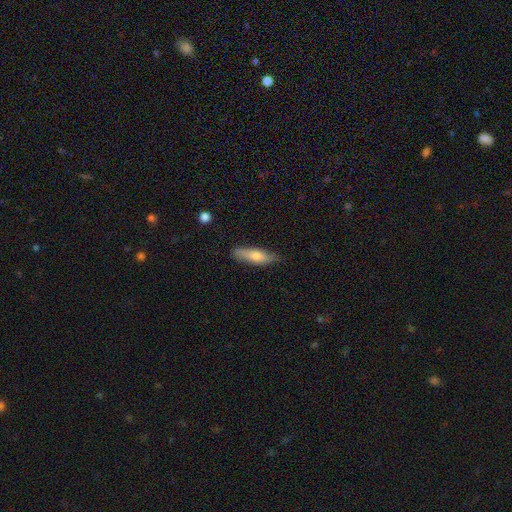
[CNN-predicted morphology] Smooth or featured? smooth (67%)
How rounded? cigar-shaped (68%)
Merging? none (80%)